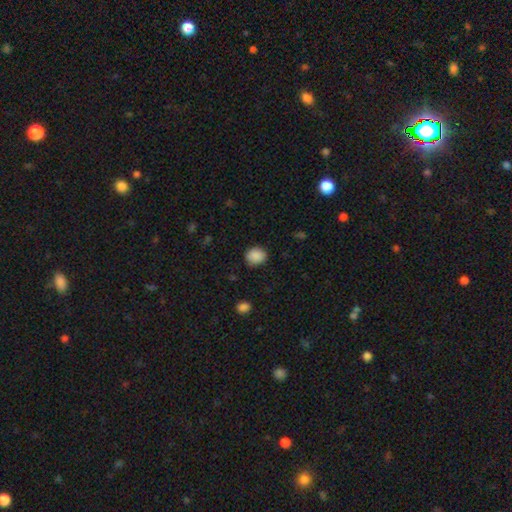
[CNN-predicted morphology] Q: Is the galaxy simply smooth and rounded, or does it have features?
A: smooth — 88%.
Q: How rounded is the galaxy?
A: round — 68%.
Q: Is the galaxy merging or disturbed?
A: none — 84%.